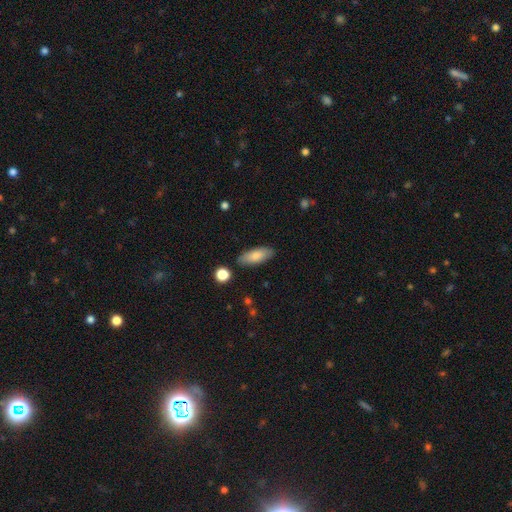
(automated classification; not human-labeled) smooth-or-featured: smooth: 81% | featured or disk: 13% | star or artifact: 6%
  how-rounded: in between: 76% | cigar-shaped: 22% | round: 2%
  merging: none: 85% | minor disturbance: 10% | merger: 2% | major disturbance: 2%